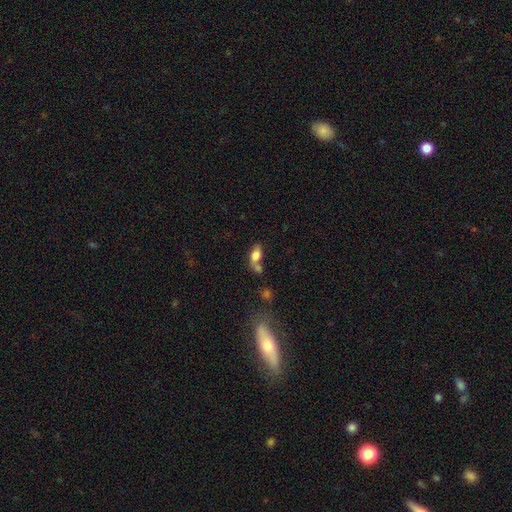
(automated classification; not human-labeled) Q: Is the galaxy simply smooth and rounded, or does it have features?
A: smooth — 78%.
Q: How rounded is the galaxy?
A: in between — 86%.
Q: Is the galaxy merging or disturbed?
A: merger — 40%.